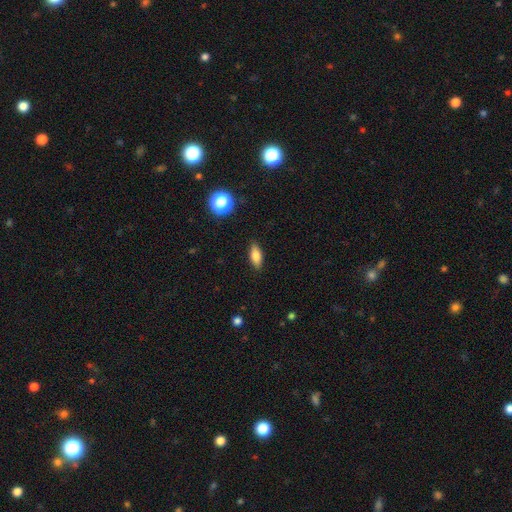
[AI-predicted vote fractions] Morphology: type=smooth (78%); roundness=in between (76%); merging=none (88%).